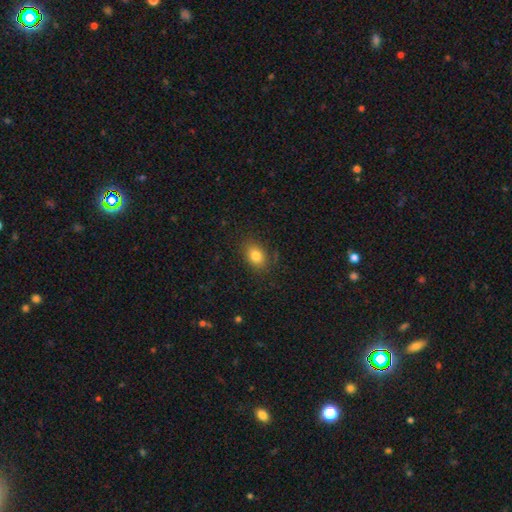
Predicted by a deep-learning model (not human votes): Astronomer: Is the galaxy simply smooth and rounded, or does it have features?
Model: smooth — 82%.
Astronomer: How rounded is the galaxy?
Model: in between — 74%.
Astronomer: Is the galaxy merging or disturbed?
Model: none — 83%.